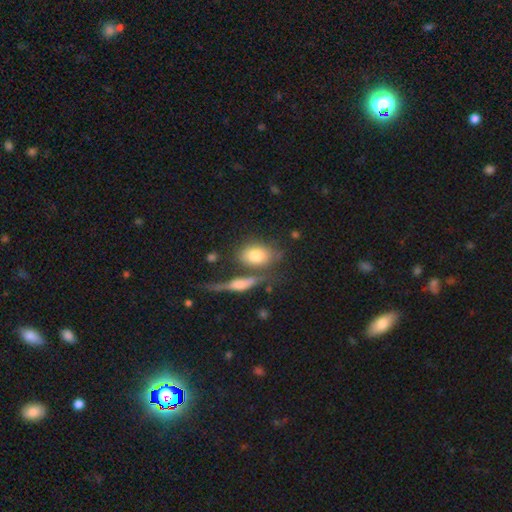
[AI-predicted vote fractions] This appears to be a smooth galaxy with no disk features (77%) that is in between round and cigar-shaped (80%). Merging: none (49%).